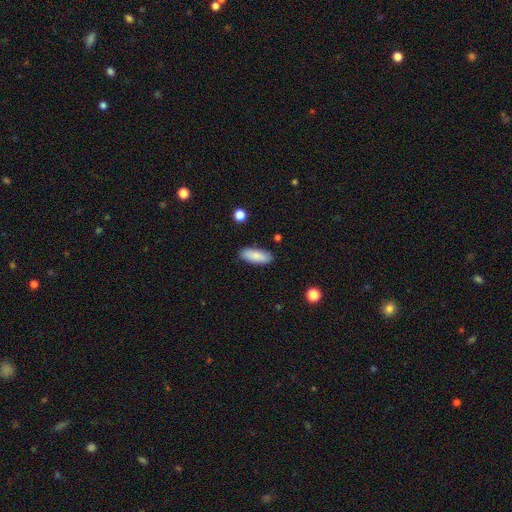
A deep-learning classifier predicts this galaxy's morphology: Q: Smooth or featured?
A: smooth (86%); runner-up: featured or disk (8%)
Q: How rounded?
A: in between (73%); runner-up: cigar-shaped (25%)
Q: Merging?
A: none (87%); runner-up: minor disturbance (10%)